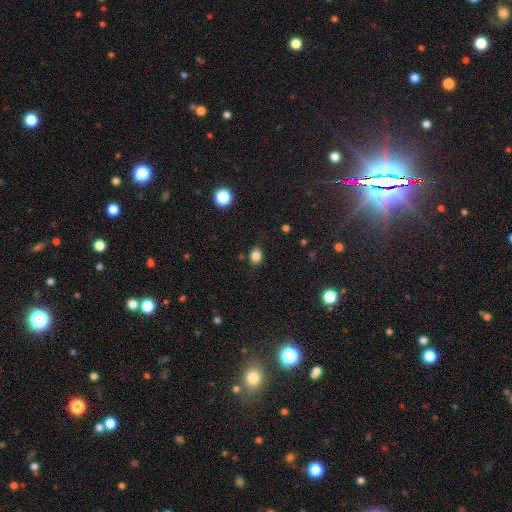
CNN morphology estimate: The model was most divided on "how rounded": in between: 51%, round: 48%, cigar-shaped: 1%. More confident: smooth or featured — smooth (83%); merging — none (80%).